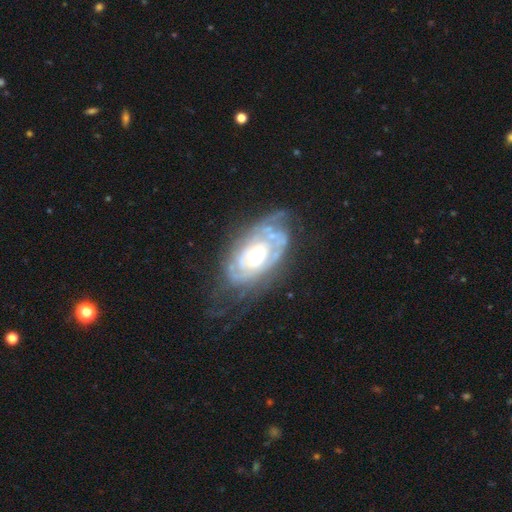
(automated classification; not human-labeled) Morphology: type=featured or disk (85%); edge-on=no (94%); bar=no (74%); spiral arms=yes (88%); winding=tight (69%); arm count=can't tell (42%); bulge=moderate (66%); merging=none (61%).